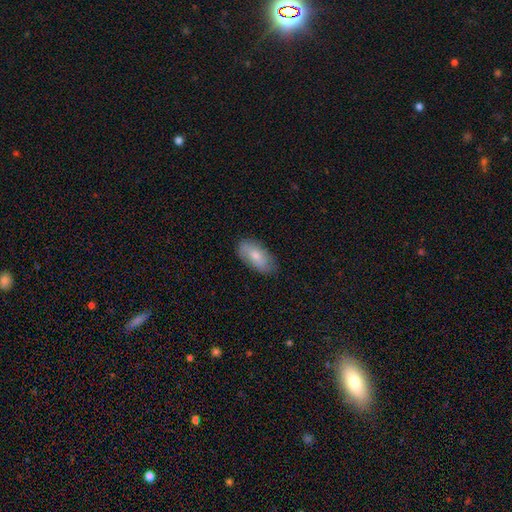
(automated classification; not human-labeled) This is likely a smooth galaxy (72%). How rounded: clearly in between (93%). Merging: clearly none (80%).